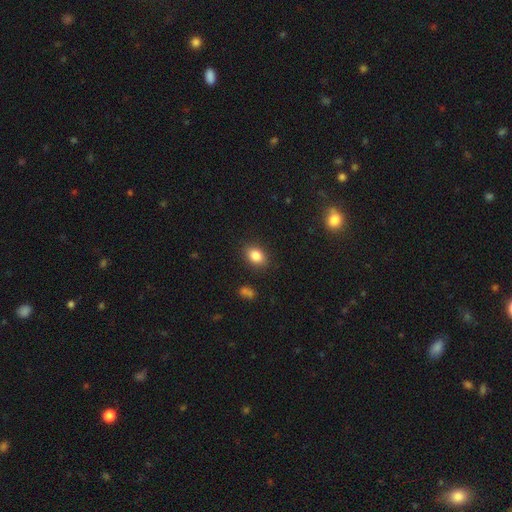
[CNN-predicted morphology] Smooth or featured? Predicted: smooth (p=0.85). How rounded? Predicted: in between (p=0.76). Merging? Predicted: none (p=0.87).